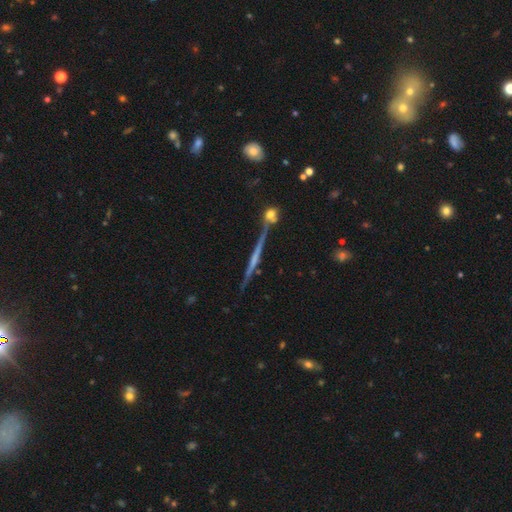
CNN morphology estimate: featured or disk 75%, smooth 16%, star or artifact 9%. Down the decision tree: edge-on disk — yes (97%); edge-on bulge — none (55%); merging — none (81%).